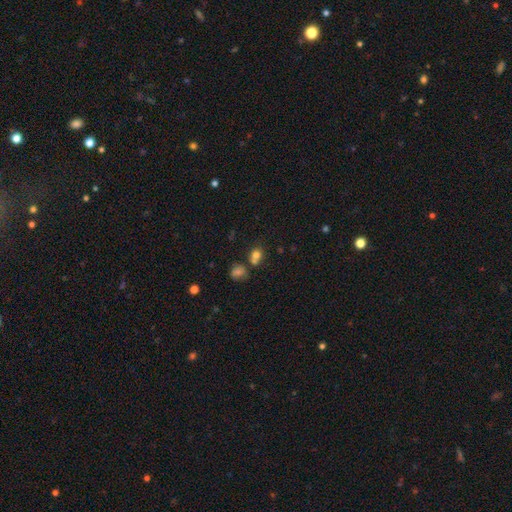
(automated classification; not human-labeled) This appears to be a smooth galaxy with no disk features (76%) that is round (65%). Merging: none (50%).